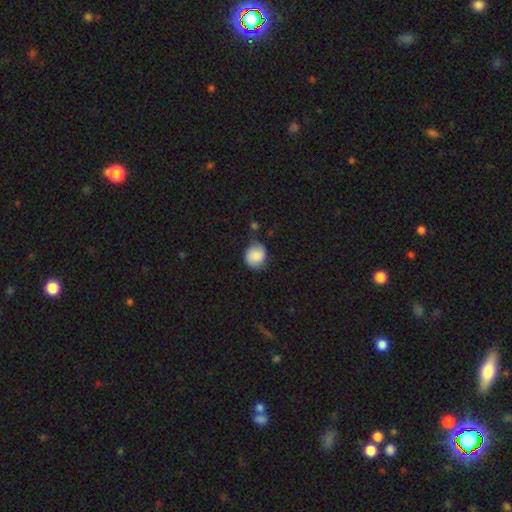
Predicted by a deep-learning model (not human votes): Morphology: type=smooth (81%); roundness=round (79%); merging=none (63%).